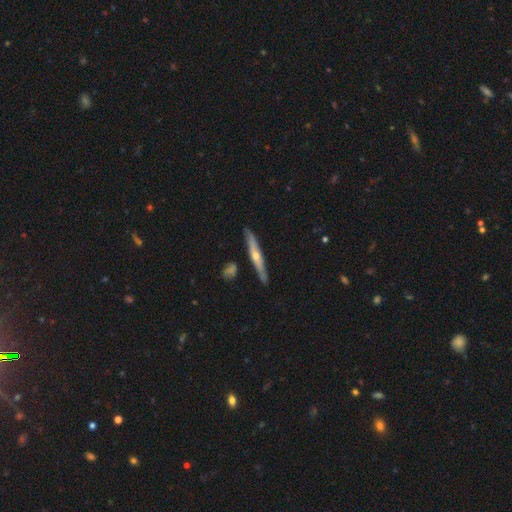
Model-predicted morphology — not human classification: Smooth or featured? Predicted: featured or disk (p=0.69). Edge-on disk? Predicted: yes (p=0.94). Edge-on bulge? Predicted: rounded (p=0.81). Merging? Predicted: none (p=0.86).